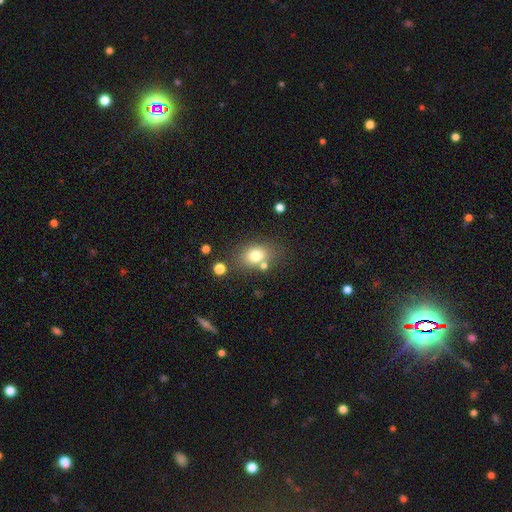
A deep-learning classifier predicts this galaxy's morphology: Smooth or featured? smooth (77%)
How rounded? in between (63%)
Merging? none (71%)